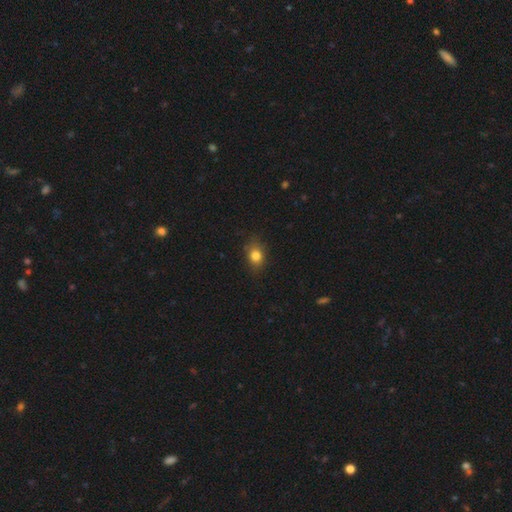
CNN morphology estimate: This appears to be a smooth galaxy with no disk features (81%) that is in between round and cigar-shaped (54%). Merging: none (80%).